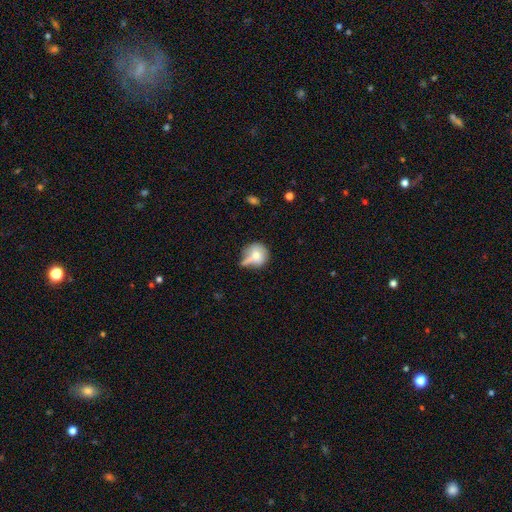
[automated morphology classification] A smooth galaxy with no disk features (67%) that is round (78%).

Vote fractions:
- Smooth or featured? smooth: 67% / featured or disk: 23% / star or artifact: 10%
- How rounded? round: 78% / in between: 20% / cigar-shaped: 2%
- Merging? none: 37% / minor disturbance: 29% / major disturbance: 18% / merger: 17%